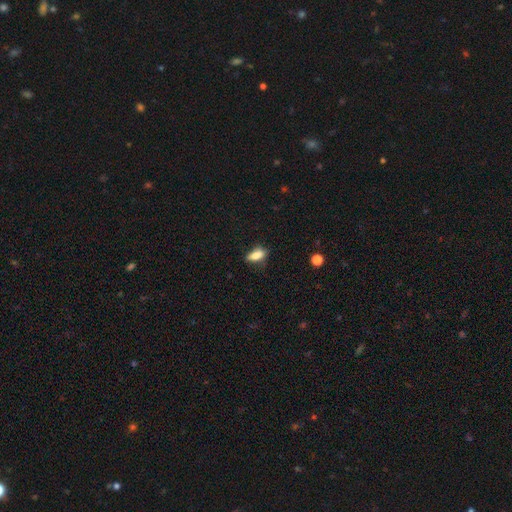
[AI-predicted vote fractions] smooth-or-featured: smooth: 79% | featured or disk: 13% | star or artifact: 9%
  how-rounded: in between: 76% | cigar-shaped: 20% | round: 4%
  merging: none: 68% | minor disturbance: 24% | major disturbance: 6% | merger: 2%